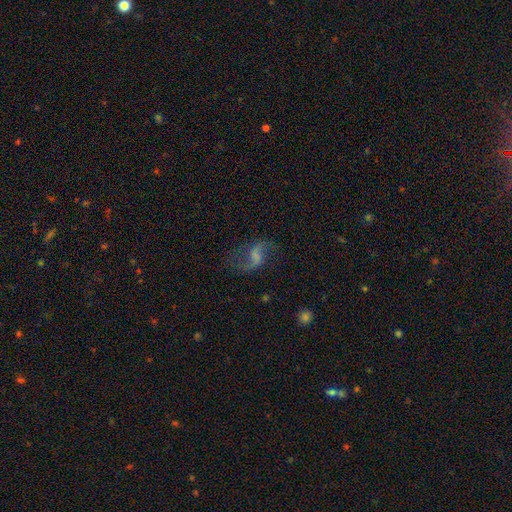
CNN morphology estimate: featured or disk 77%, smooth 13%, star or artifact 10%. Down the decision tree: edge-on disk — no (97%); bar — weak (49%); spiral arms — yes (93%); spiral arm count — 2 (90%); spiral winding — loose (80%); bulge size — none (48%); merging — none (69%).